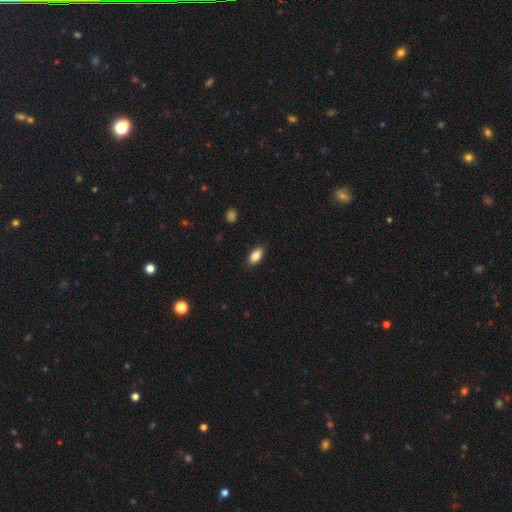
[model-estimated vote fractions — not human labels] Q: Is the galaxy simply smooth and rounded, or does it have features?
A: smooth — 86%.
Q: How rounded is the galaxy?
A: in between — 90%.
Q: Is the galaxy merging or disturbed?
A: none — 86%.